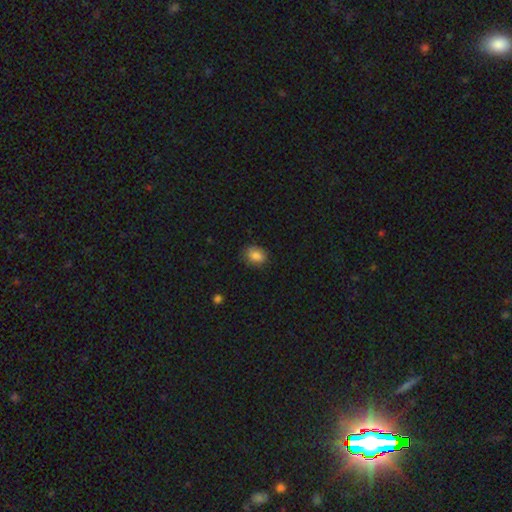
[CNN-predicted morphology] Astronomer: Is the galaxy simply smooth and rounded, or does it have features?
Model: smooth — 85%.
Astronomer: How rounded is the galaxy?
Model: in between — 62%.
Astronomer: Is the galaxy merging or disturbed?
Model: none — 80%.